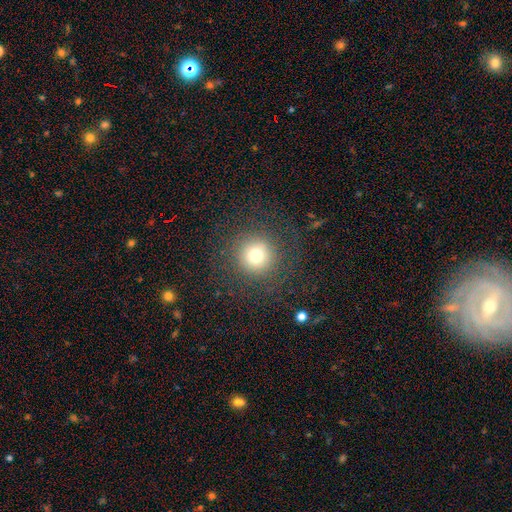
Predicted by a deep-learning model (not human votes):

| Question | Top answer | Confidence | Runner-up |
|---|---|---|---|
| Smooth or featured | smooth | 72% | star or artifact (16%) |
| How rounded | round | 95% | in between (4%) |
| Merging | none | 84% | minor disturbance (8%) |